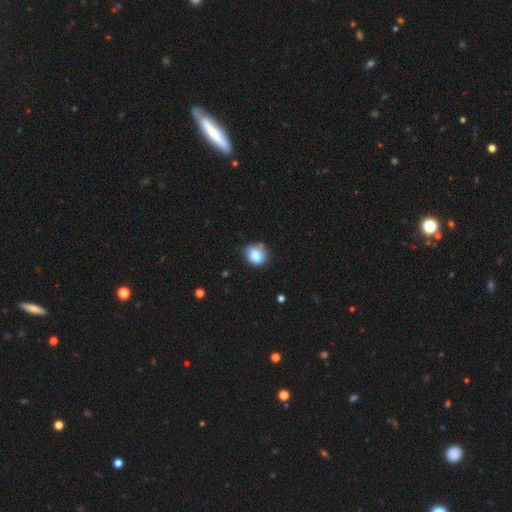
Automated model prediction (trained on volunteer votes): The model was most divided on "how rounded": round: 65%, in between: 34%, cigar-shaped: 1%. More confident: smooth or featured — smooth (82%); merging — none (65%).